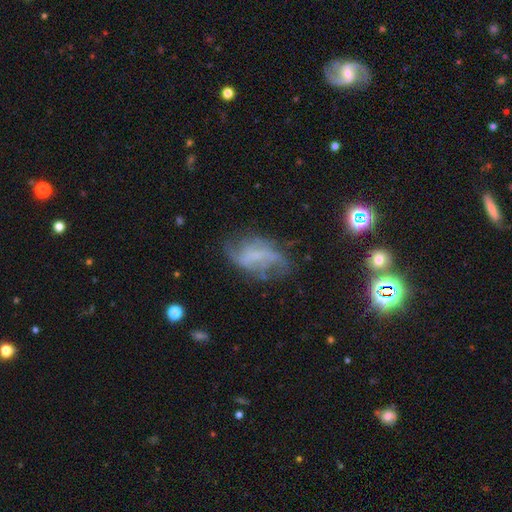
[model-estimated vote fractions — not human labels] Smooth or featured? featured or disk (65%)
Edge-on disk? no (94%)
Bar? weak (40%)
Spiral arms? yes (74%)
Bulge size? none (59%)
Merging? none (49%)